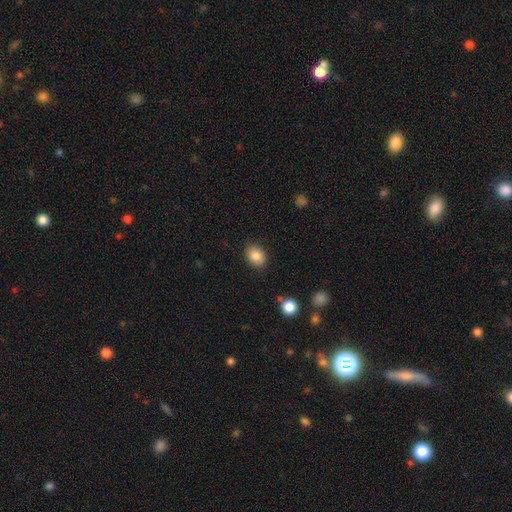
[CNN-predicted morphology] smooth 86%, star or artifact 8%, featured or disk 6%. Down the decision tree: how rounded — in between (66%); merging — none (87%).